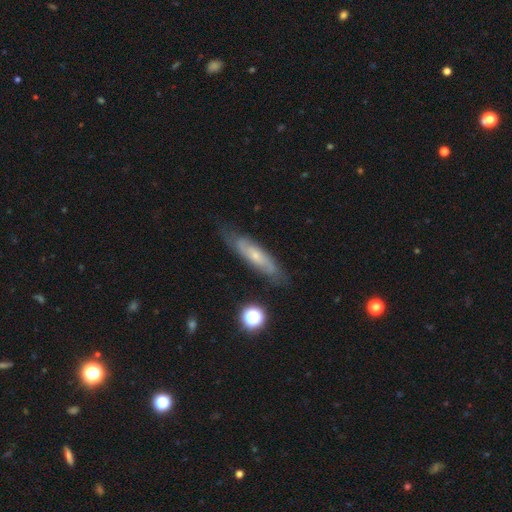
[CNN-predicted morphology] Overall: featured or disk (60%; smooth 32%). Edge-on disk: no (58%; yes 42%). Merging: none (77%).